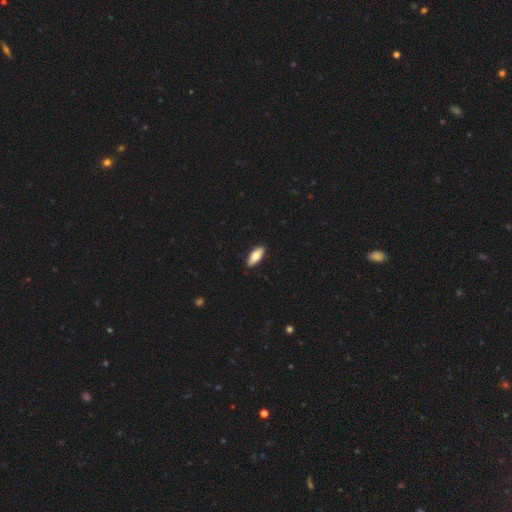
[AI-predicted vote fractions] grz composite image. It shows a smooth galaxy with no disk features (75%) that is in between round and cigar-shaped (78%). Merging: none (91%).